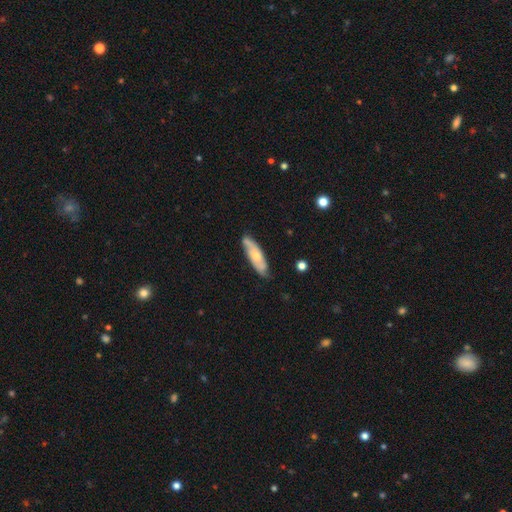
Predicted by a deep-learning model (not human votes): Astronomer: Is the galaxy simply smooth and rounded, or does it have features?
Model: featured or disk — 48% (runner-up: smooth, 46%).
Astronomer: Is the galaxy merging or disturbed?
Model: none — 72%.